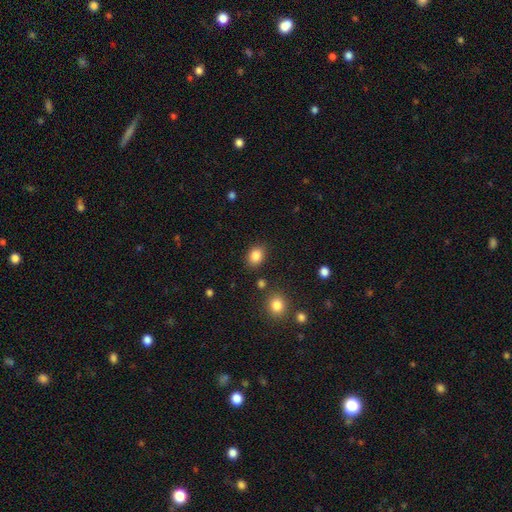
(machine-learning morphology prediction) smooth 86%, star or artifact 10%, featured or disk 4%. Down the decision tree: how rounded — in between (55%); merging — none (84%).